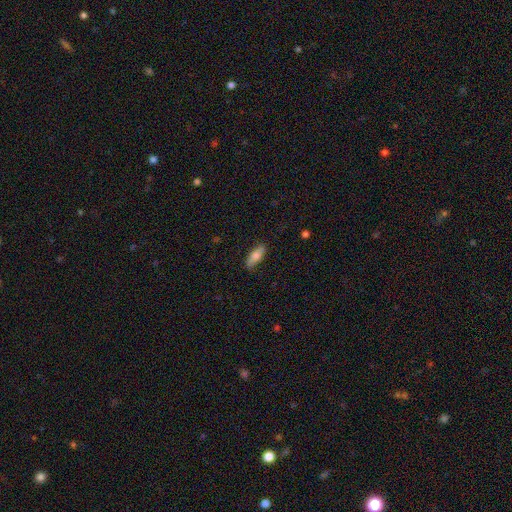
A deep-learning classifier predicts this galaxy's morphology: This is likely a smooth galaxy (74%). How rounded: likely in between (61%). Merging: clearly none (84%).